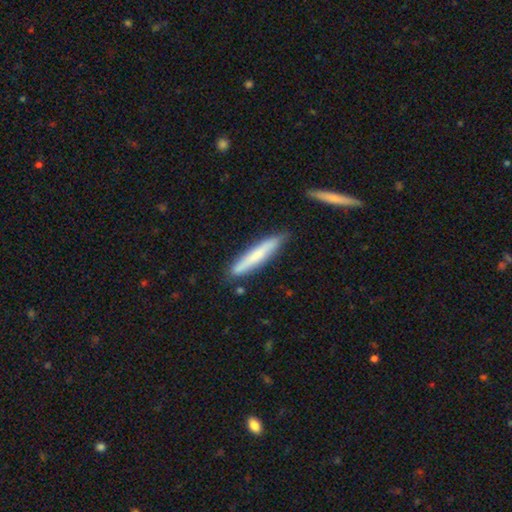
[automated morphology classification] Smooth or featured: smooth — 67% (featured or disk — 28%)
How rounded: cigar-shaped — 93% (in between — 6%)
Merging: none — 83% (minor disturbance — 12%)